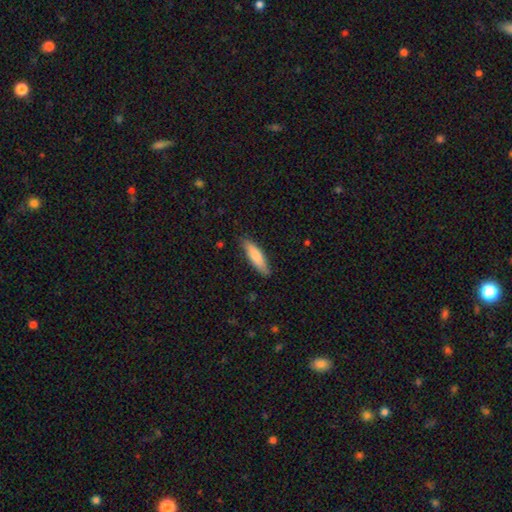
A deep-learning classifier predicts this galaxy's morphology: smooth_or_featured: smooth (p=0.82) [alt: featured or disk p=0.13]
how_rounded: cigar-shaped (p=0.64) [alt: in between p=0.35]
merging: none (p=0.84) [alt: minor disturbance p=0.13]